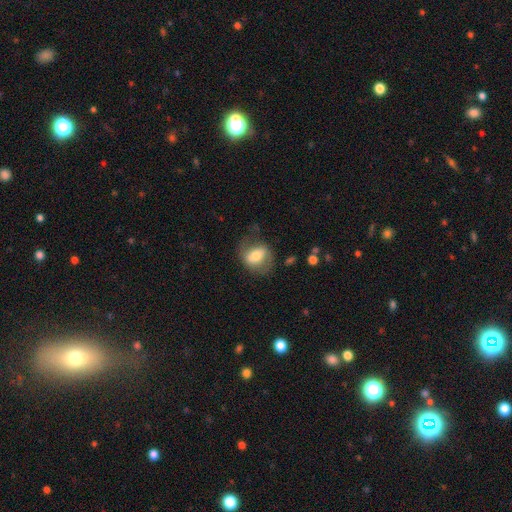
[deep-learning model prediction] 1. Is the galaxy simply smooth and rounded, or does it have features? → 57% smooth, 35% featured or disk, 7% star or artifact.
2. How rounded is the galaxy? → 58% in between, 40% round, 2% cigar-shaped.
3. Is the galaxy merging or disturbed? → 59% none, 22% minor disturbance, 16% major disturbance, 2% merger.